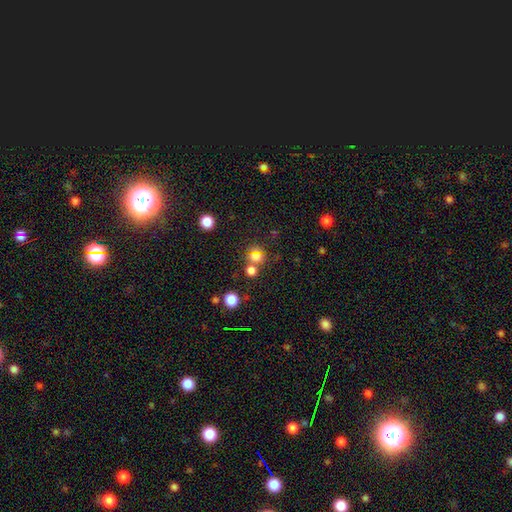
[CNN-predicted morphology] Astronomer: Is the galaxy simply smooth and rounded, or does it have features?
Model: smooth — 61%.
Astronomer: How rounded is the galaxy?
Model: round — 77%.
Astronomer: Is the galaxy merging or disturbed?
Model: none — 64%.